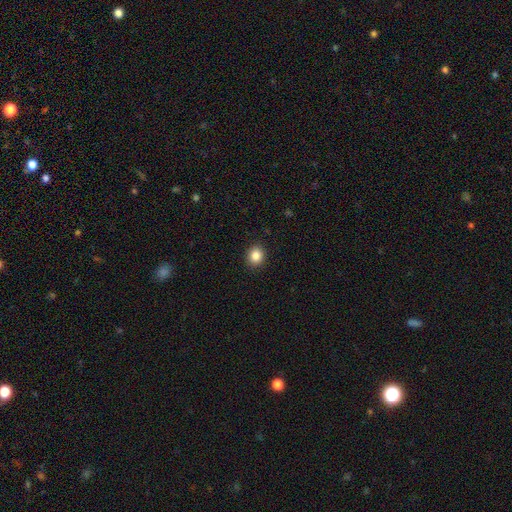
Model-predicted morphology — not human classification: Overall: smooth (86%). How rounded: round (74%). Merging: none (91%).